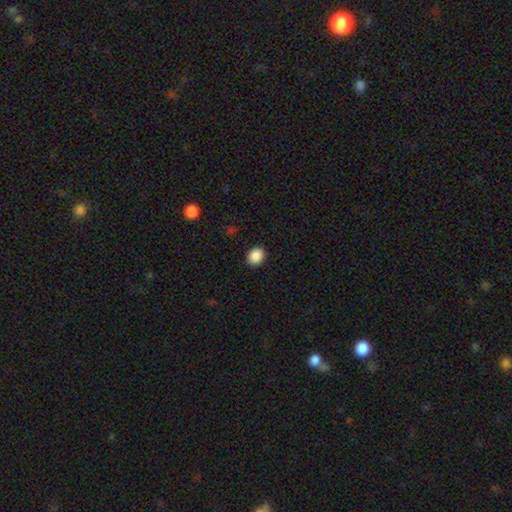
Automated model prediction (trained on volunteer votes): A smooth galaxy with no disk features (89%) that is round (59%).

Vote fractions:
- Smooth or featured? smooth: 89% / star or artifact: 9% / featured or disk: 3%
- How rounded? round: 59% / in between: 40% / cigar-shaped: 1%
- Merging? none: 91% / minor disturbance: 6% / major disturbance: 2% / merger: 1%